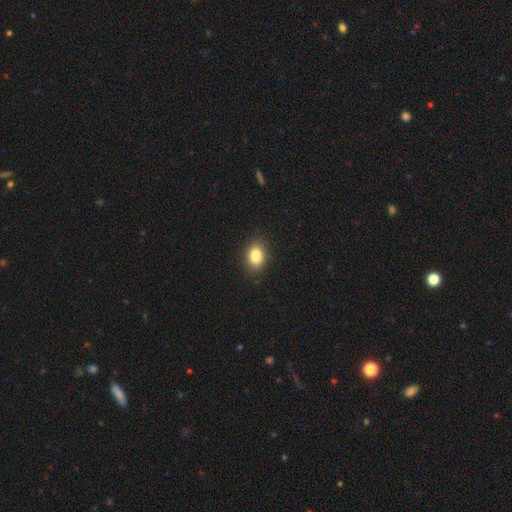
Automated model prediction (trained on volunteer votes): Morphology: type=smooth (85%); roundness=in between (71%); merging=none (88%).